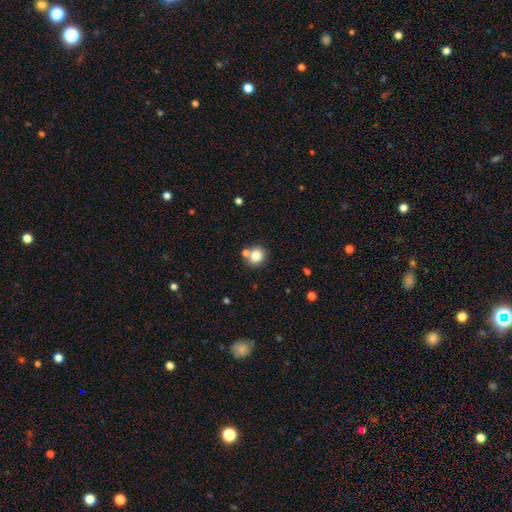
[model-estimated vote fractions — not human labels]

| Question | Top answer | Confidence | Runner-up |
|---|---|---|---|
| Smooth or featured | smooth | 82% | star or artifact (11%) |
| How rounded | round | 86% | in between (13%) |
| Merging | none | 68% | merger (20%) |